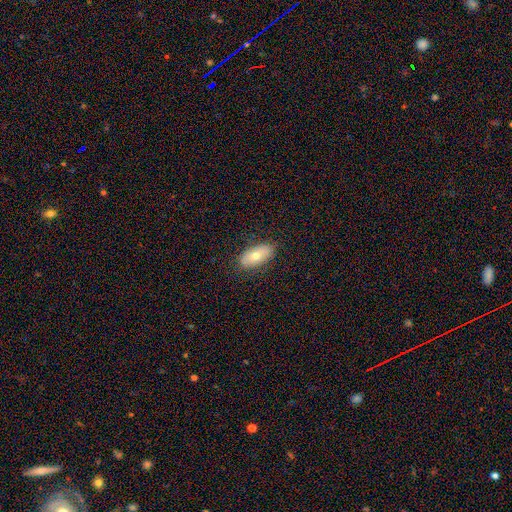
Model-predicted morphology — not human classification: smooth 67%, featured or disk 27%, star or artifact 7%. Down the decision tree: how rounded — in between (91%); merging — none (84%).